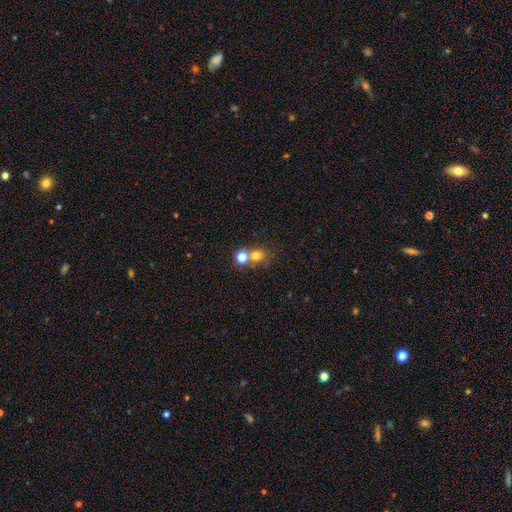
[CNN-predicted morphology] A smooth galaxy with no disk features (74%) that is round (79%).

Vote fractions:
- Smooth or featured? smooth: 74% / star or artifact: 16% / featured or disk: 11%
- How rounded? round: 79% / in between: 20% / cigar-shaped: 1%
- Merging? merger: 47% / none: 44% / minor disturbance: 6% / major disturbance: 3%